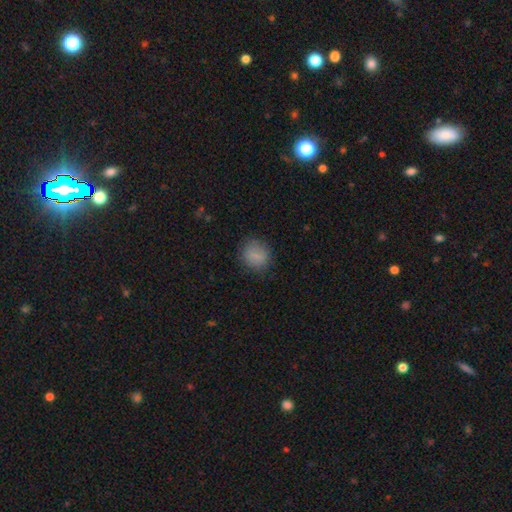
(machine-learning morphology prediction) This is clearly a smooth galaxy (82%). How rounded: likely round (72%). Merging: likely none (80%).